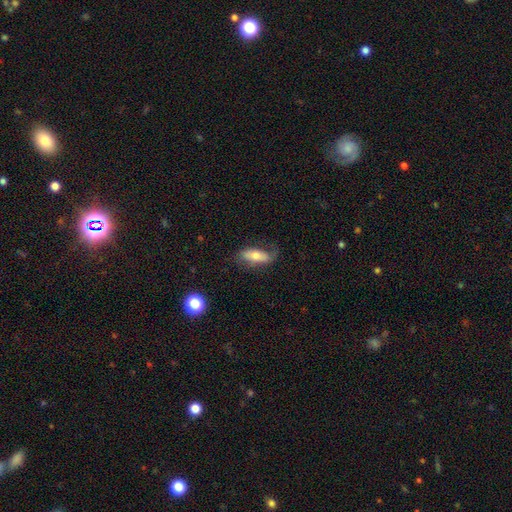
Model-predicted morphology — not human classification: Q: Smooth or featured?
A: smooth (56%); runner-up: featured or disk (37%)
Q: How rounded?
A: in between (72%); runner-up: cigar-shaped (24%)
Q: Merging?
A: none (60%); runner-up: minor disturbance (24%)